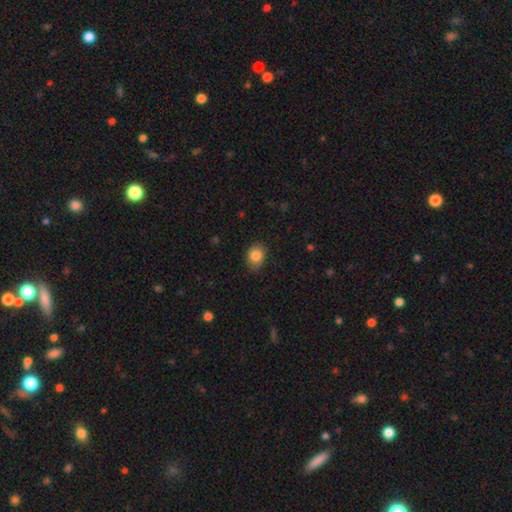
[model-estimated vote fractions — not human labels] Smooth or featured?
  - smooth: 85% *
  - star or artifact: 8%
  - featured or disk: 7%
How rounded?
  - in between: 60% *
  - round: 39%
  - cigar-shaped: 1%
Merging?
  - none: 80% *
  - minor disturbance: 16%
  - major disturbance: 3%
  - merger: 1%